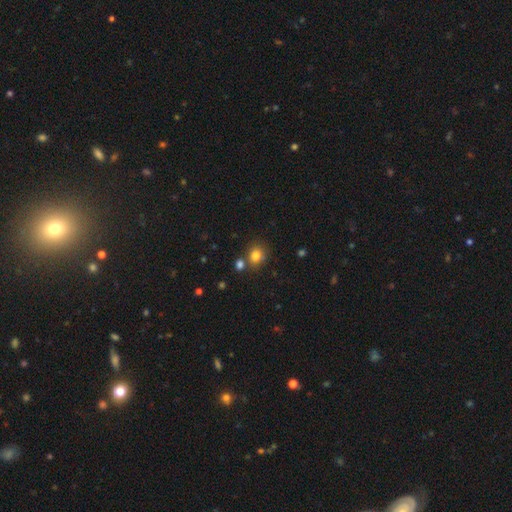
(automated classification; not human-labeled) smooth-or-featured: smooth: 81% | star or artifact: 12% | featured or disk: 6%
  how-rounded: round: 76% | in between: 23% | cigar-shaped: 1%
  merging: none: 69% | merger: 16% | minor disturbance: 11% | major disturbance: 3%